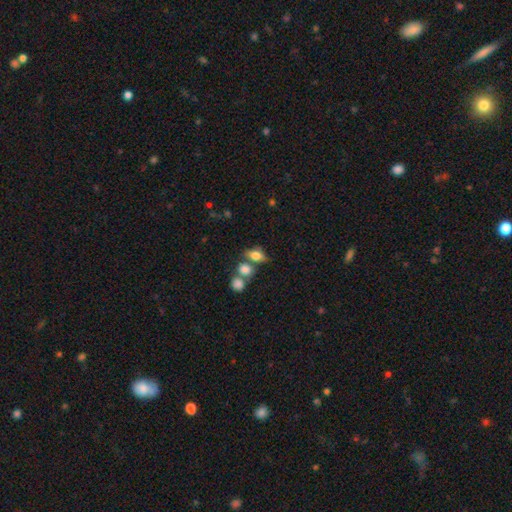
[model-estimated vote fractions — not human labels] This appears to be a smooth galaxy with no disk features (75%) that is in between round and cigar-shaped (79%). Merging: none (50%).